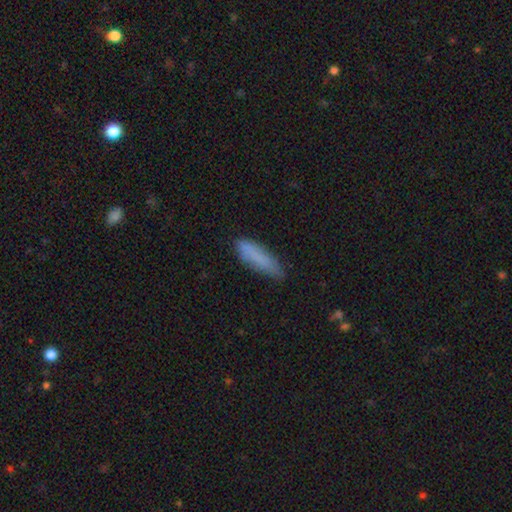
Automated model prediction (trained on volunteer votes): Overall: smooth (81%). How rounded: cigar-shaped (66%; in between 32%). Merging: none (71%).